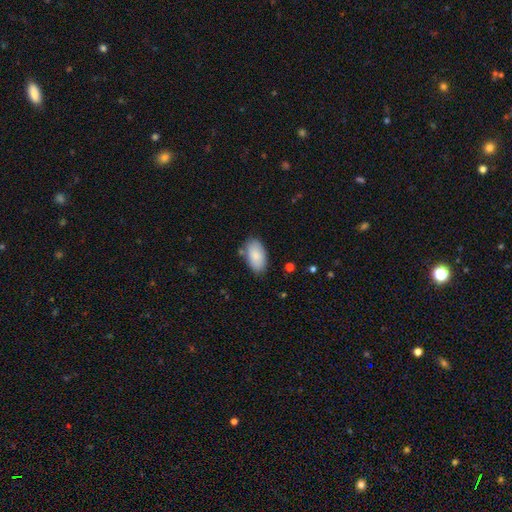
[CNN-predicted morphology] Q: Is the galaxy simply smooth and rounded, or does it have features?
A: smooth — 86%.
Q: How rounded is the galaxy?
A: in between — 95%.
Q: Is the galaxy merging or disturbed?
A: none — 79%.